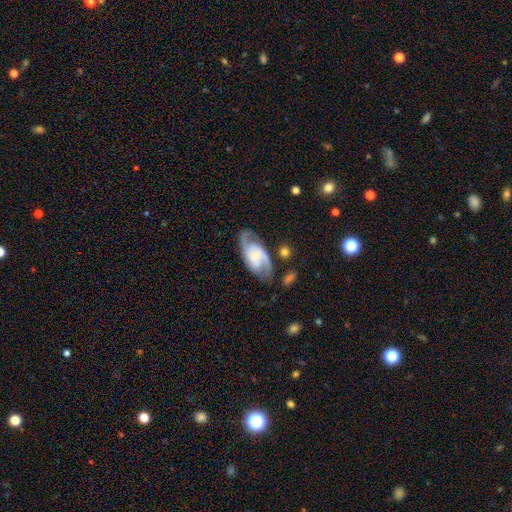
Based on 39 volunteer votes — A featured or disk galaxy (87%) with no bar (59%), 2 (76%) medium (52%) spiral arms (100%) and a small central bulge (52%). Merging: none (78%).